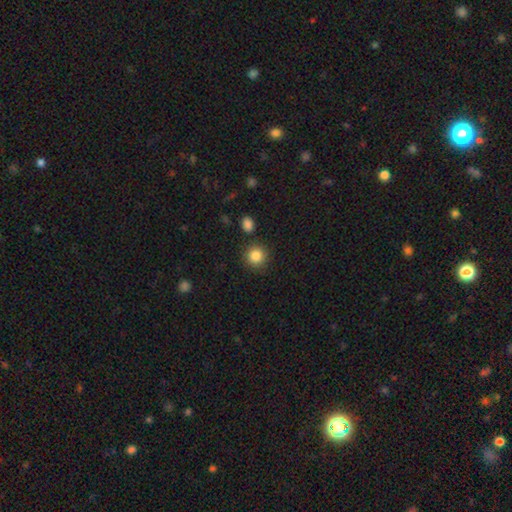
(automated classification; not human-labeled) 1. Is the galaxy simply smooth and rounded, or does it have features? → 87% smooth, 9% star or artifact, 4% featured or disk.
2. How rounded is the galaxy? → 93% round, 6% in between, 1% cigar-shaped.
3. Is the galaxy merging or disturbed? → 87% none, 7% minor disturbance, 4% merger, 3% major disturbance.